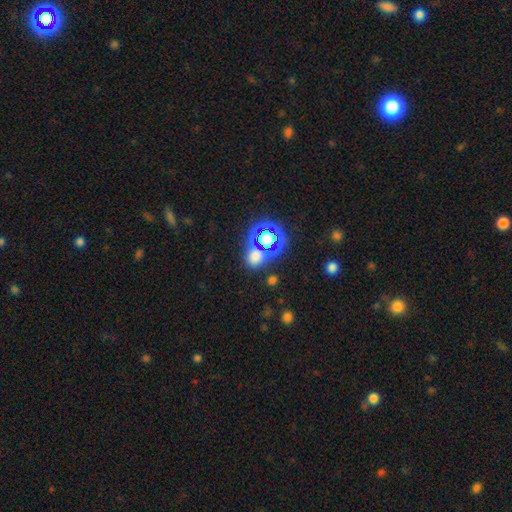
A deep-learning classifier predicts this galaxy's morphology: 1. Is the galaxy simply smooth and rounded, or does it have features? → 49% smooth, 43% star or artifact, 9% featured or disk.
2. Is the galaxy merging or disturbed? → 63% none, 19% merger, 12% minor disturbance, 7% major disturbance.